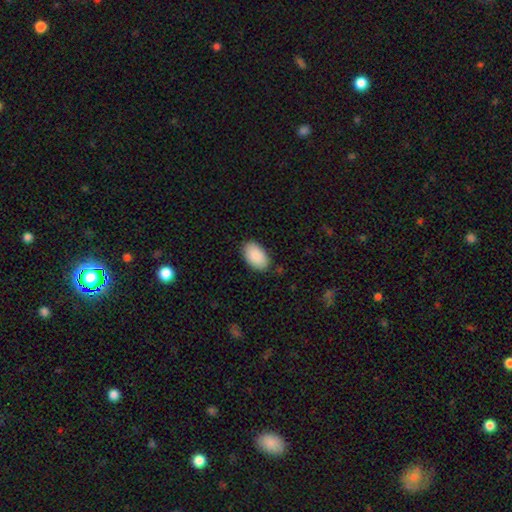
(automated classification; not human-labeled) Smooth or featured? Predicted: smooth (p=0.90). How rounded? Predicted: in between (p=0.95). Merging? Predicted: none (p=0.86).